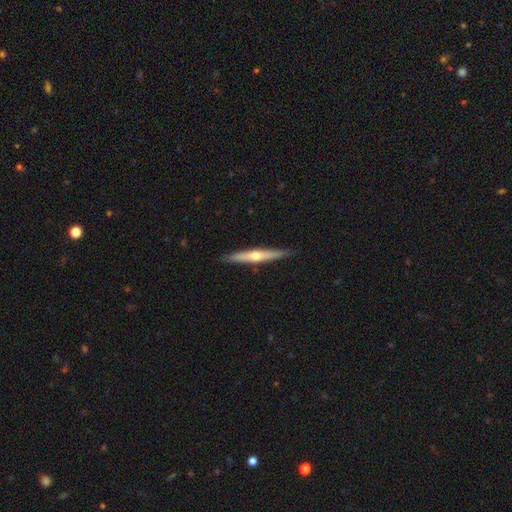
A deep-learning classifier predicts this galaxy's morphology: Smooth or featured? featured or disk (62%)
Edge-on disk? yes (96%)
Edge-on bulge? rounded (88%)
Merging? none (90%)